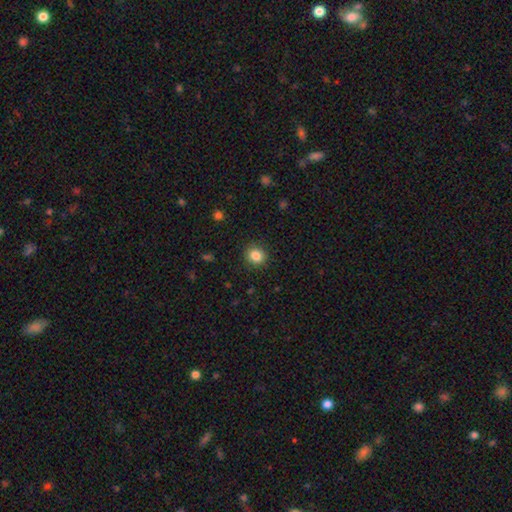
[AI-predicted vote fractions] Smooth or featured? Predicted: smooth (p=0.84). How rounded? Predicted: round (p=0.82). Merging? Predicted: none (p=0.90).